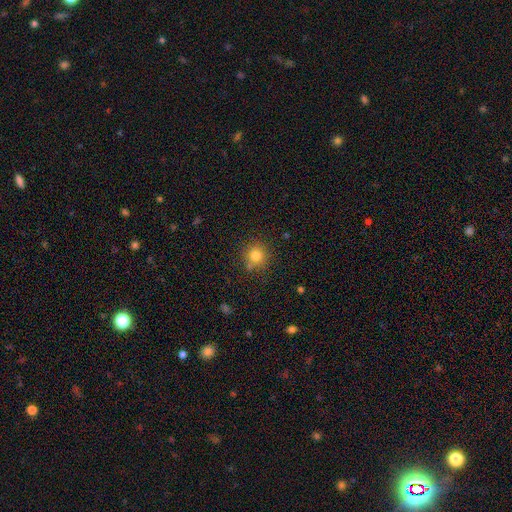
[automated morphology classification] The model was most divided on "smooth or featured": smooth: 79%, star or artifact: 13%, featured or disk: 8%. More confident: how rounded — round (89%); merging — none (78%).